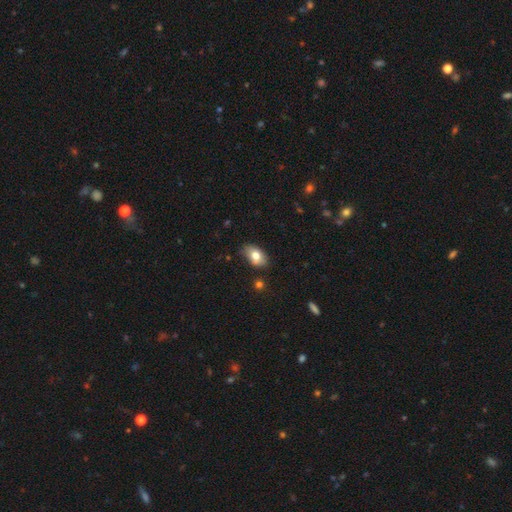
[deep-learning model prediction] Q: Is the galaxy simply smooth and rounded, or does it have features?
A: smooth — 77%.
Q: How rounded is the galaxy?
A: in between — 90%.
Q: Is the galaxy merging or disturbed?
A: none — 75%.